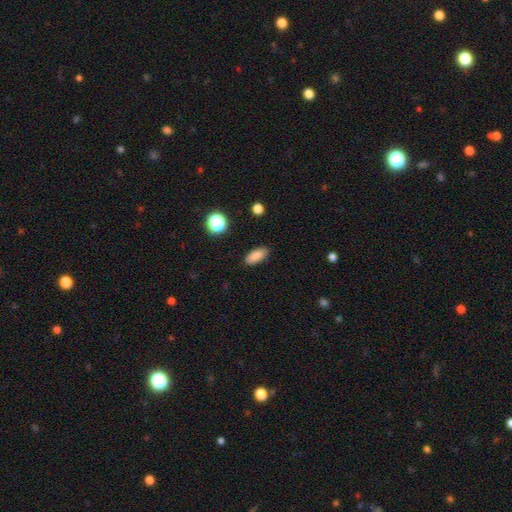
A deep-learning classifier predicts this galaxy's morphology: Smooth or featured?
  - smooth: 86% *
  - star or artifact: 9%
  - featured or disk: 5%
How rounded?
  - in between: 83% *
  - cigar-shaped: 13%
  - round: 4%
Merging?
  - none: 87% *
  - minor disturbance: 9%
  - major disturbance: 2%
  - merger: 1%